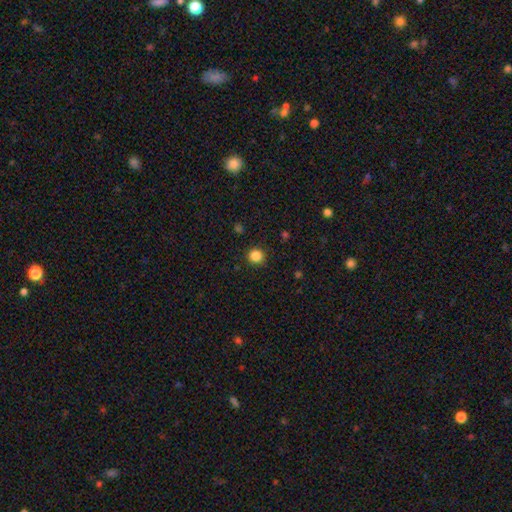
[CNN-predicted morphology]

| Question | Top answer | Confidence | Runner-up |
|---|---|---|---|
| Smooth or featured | smooth | 85% | star or artifact (11%) |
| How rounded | round | 92% | in between (7%) |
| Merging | none | 91% | minor disturbance (6%) |